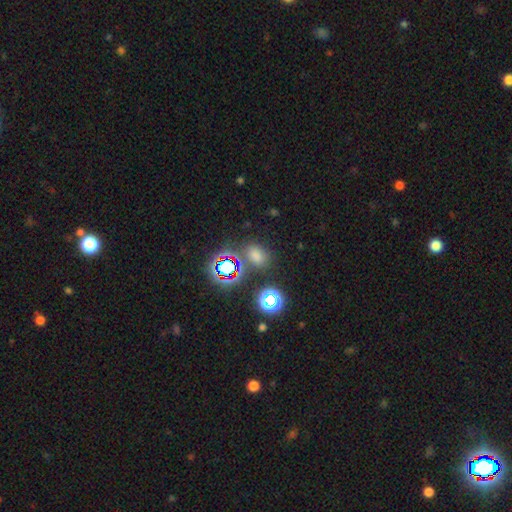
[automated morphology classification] The model was most divided on "smooth or featured": smooth: 60%, star or artifact: 33%, featured or disk: 7%. More confident: merging — none (71%); how rounded — in between (66%).